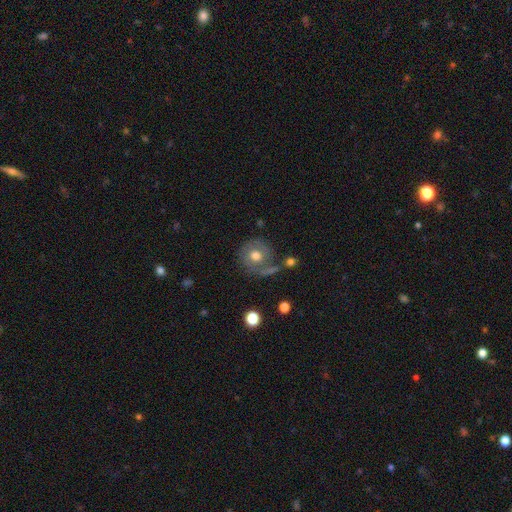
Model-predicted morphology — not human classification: The model was most divided on "smooth or featured": featured or disk: 46%, smooth: 45%, star or artifact: 9%. More confident: merging — none (64%).